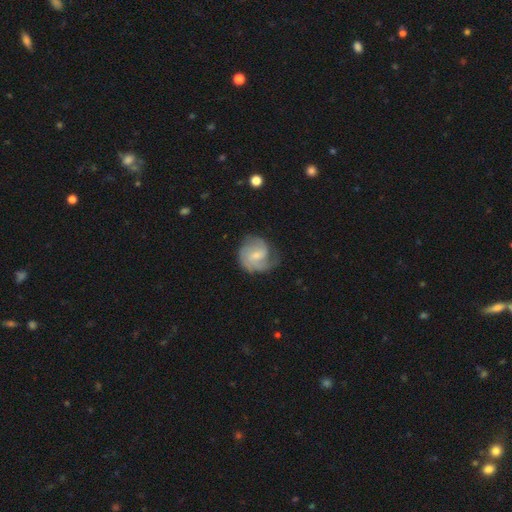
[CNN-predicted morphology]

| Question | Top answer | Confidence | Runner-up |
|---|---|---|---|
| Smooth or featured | featured or disk | 76% | smooth (19%) |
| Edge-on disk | no | 98% | yes (2%) |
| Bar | weak | 54% | no (37%) |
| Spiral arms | yes | 94% | no (6%) |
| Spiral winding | medium | 43% | tight (41%) |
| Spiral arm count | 2 | 46% | can't tell (20%) |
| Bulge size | small | 60% | moderate (32%) |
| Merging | none | 64% | minor disturbance (23%) |